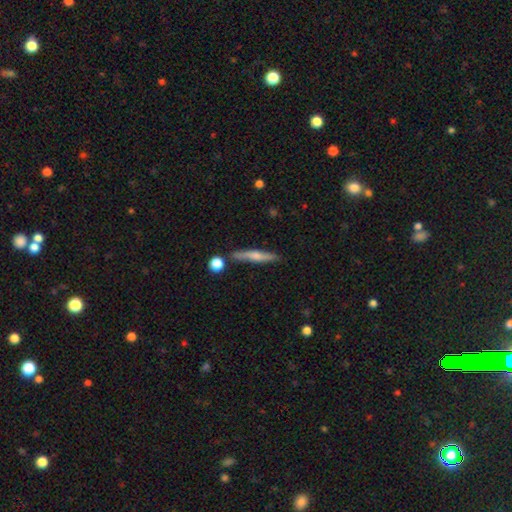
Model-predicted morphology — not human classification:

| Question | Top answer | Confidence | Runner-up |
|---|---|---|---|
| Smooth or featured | smooth | 50% | featured or disk (44%) |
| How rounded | cigar-shaped | 90% | in between (8%) |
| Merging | none | 80% | minor disturbance (12%) |